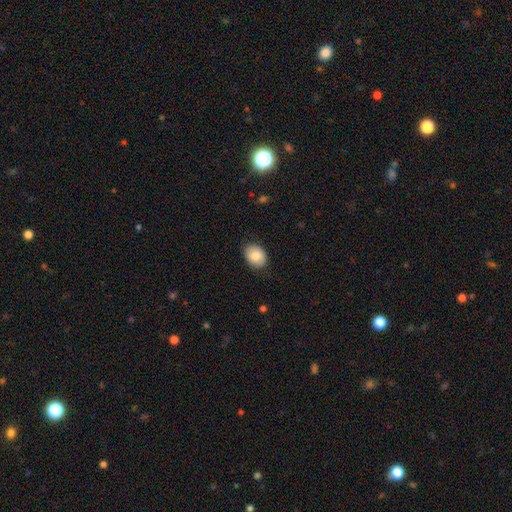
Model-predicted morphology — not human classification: This appears to be a smooth galaxy with no disk features (83%) that is in between round and cigar-shaped (66%). Merging: none (85%).